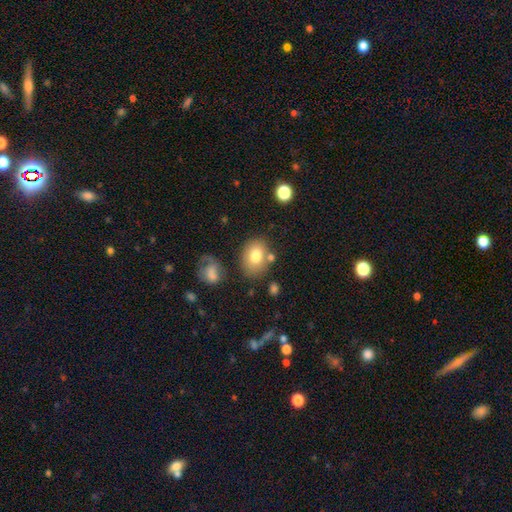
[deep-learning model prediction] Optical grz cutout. It shows a smooth galaxy with no disk features (77%) that is in between round and cigar-shaped (60%). Merging: none (69%).